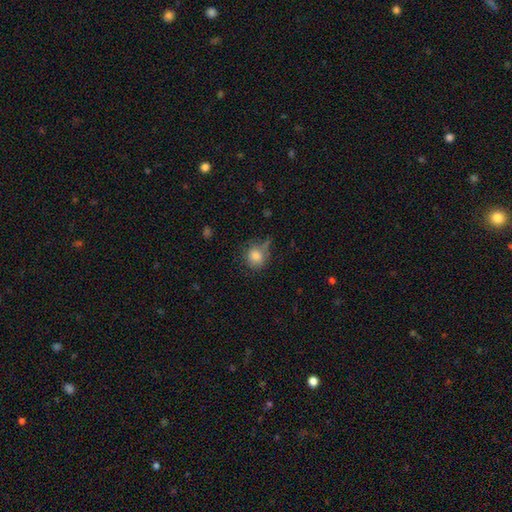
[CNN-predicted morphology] A smooth galaxy with no disk features (82%) that is round (80%).

Vote fractions:
- Smooth or featured? smooth: 82% / star or artifact: 10% / featured or disk: 8%
- How rounded? round: 80% / in between: 19% / cigar-shaped: 1%
- Merging? none: 61% / minor disturbance: 24% / major disturbance: 8% / merger: 6%